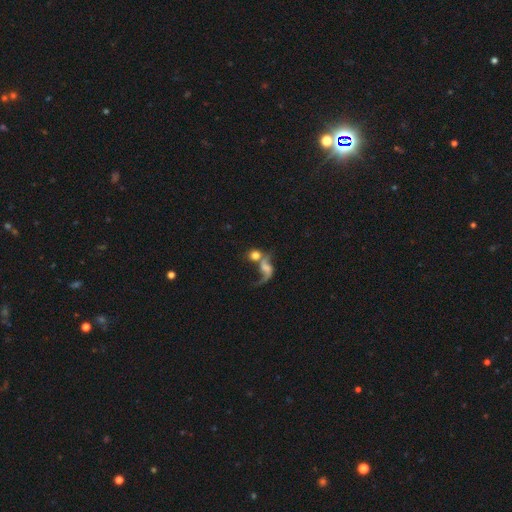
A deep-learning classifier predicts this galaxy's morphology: Smooth or featured: smooth — 51% (featured or disk — 37%)
How rounded: round — 65% (in between — 32%)
Merging: merger — 53% (none — 25%)